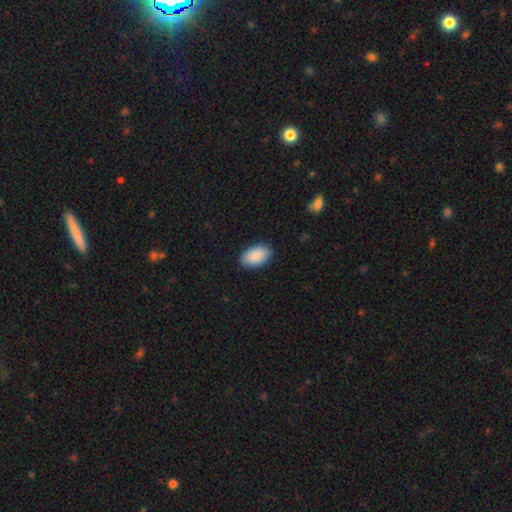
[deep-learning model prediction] A smooth galaxy with no disk features (91%) that is in between round and cigar-shaped (94%).

Vote fractions:
- Smooth or featured? smooth: 91% / star or artifact: 6% / featured or disk: 3%
- How rounded? in between: 94% / round: 4% / cigar-shaped: 1%
- Merging? none: 89% / minor disturbance: 8% / major disturbance: 2% / merger: 1%